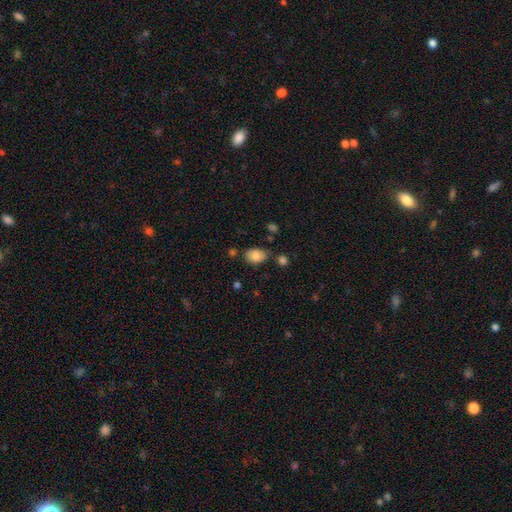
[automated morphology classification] smooth 84%, star or artifact 8%, featured or disk 8%. Down the decision tree: how rounded — in between (78%); merging — none (71%).